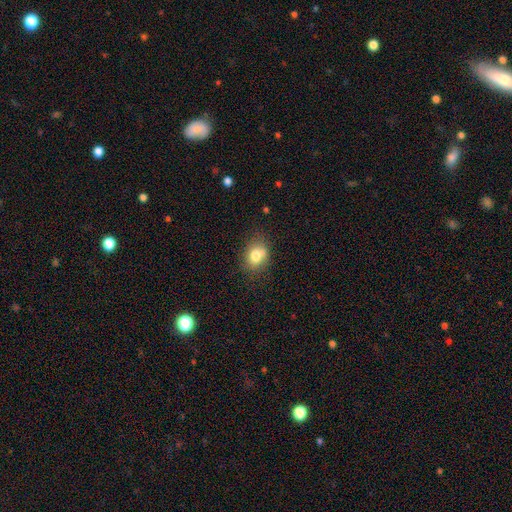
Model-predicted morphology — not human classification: A smooth galaxy with no disk features (76%) that is in between round and cigar-shaped (51%).

Vote fractions:
- Smooth or featured? smooth: 76% / featured or disk: 13% / star or artifact: 10%
- How rounded? in between: 51% / round: 48% / cigar-shaped: 1%
- Merging? none: 60% / minor disturbance: 22% / merger: 12% / major disturbance: 6%